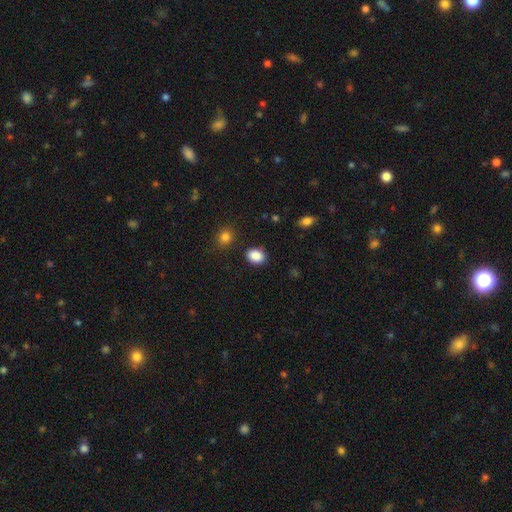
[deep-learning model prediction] Smooth or featured? Predicted: smooth (p=0.88). How rounded? Predicted: in between (p=0.60). Merging? Predicted: none (p=0.86).